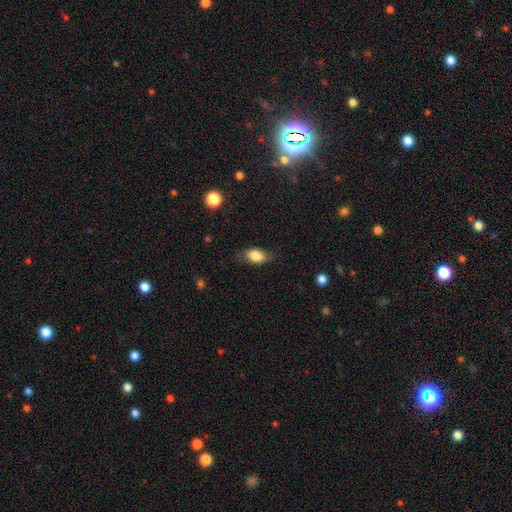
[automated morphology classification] The model was most divided on "merging": none: 73%, minor disturbance: 20%, major disturbance: 6%, merger: 1%. More confident: how rounded — in between (84%); smooth or featured — smooth (79%).